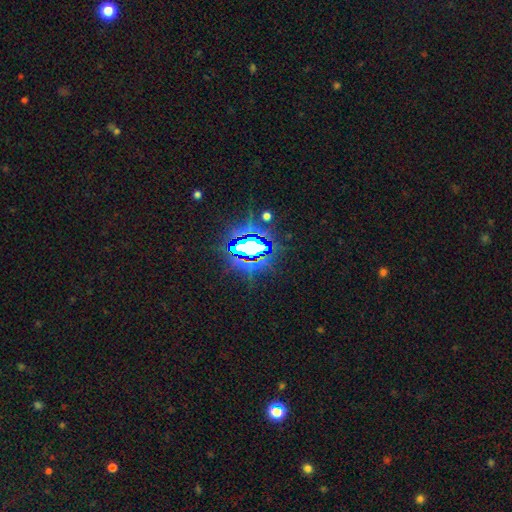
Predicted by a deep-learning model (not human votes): Smooth or featured? star or artifact (76%)